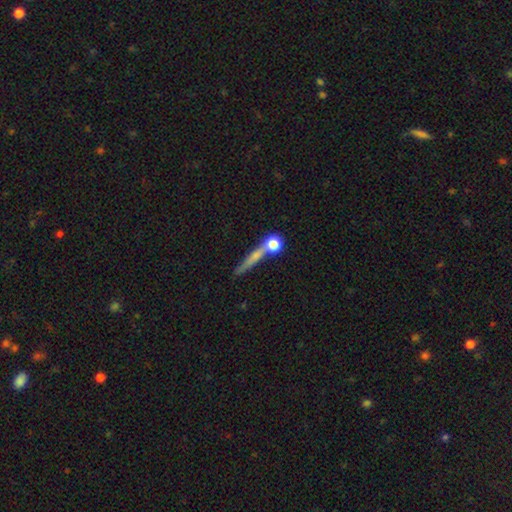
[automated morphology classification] type=smooth (52%); roundness=cigar-shaped (62%); merging=none (62%).